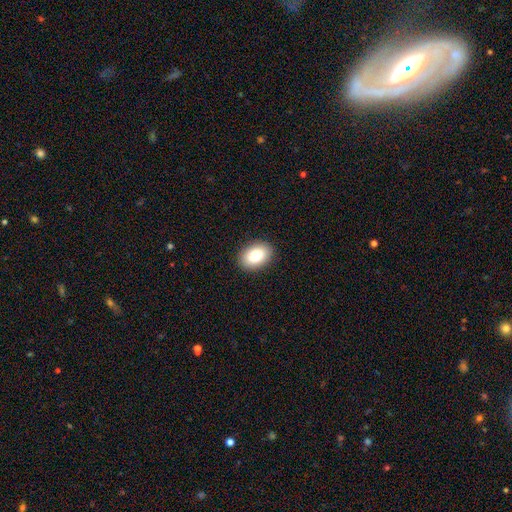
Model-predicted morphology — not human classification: This is clearly a smooth galaxy (83%). How rounded: clearly in between (83%). Merging: clearly none (90%).